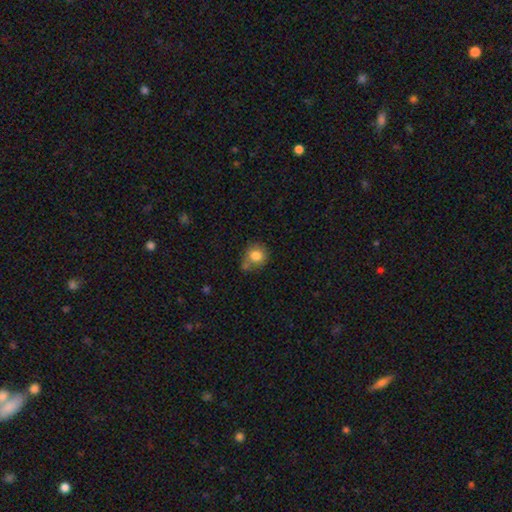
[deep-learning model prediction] Smooth or featured: smooth — 82% (star or artifact — 10%)
How rounded: round — 81% (in between — 19%)
Merging: none — 55% (minor disturbance — 23%)